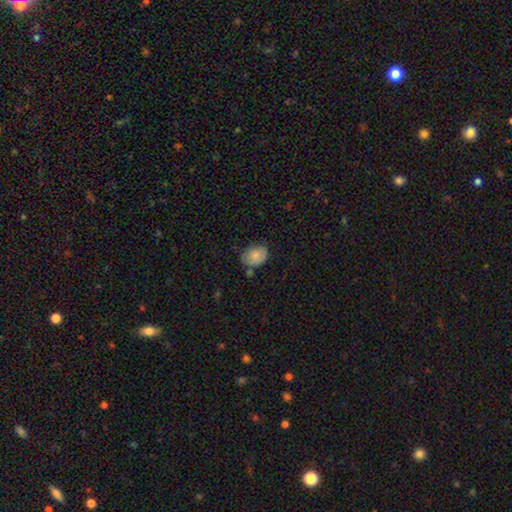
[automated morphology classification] A smooth galaxy with no disk features (83%) that is in between round and cigar-shaped (64%).

Vote fractions:
- Smooth or featured? smooth: 83% / featured or disk: 10% / star or artifact: 7%
- How rounded? in between: 64% / round: 35% / cigar-shaped: 1%
- Merging? none: 59% / minor disturbance: 27% / merger: 8% / major disturbance: 6%